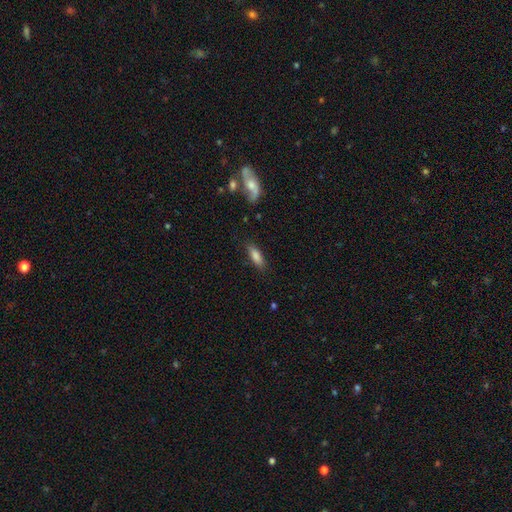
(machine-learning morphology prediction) Smooth or featured? Predicted: smooth (p=0.81). How rounded? Predicted: in between (p=0.59). Merging? Predicted: none (p=0.82).